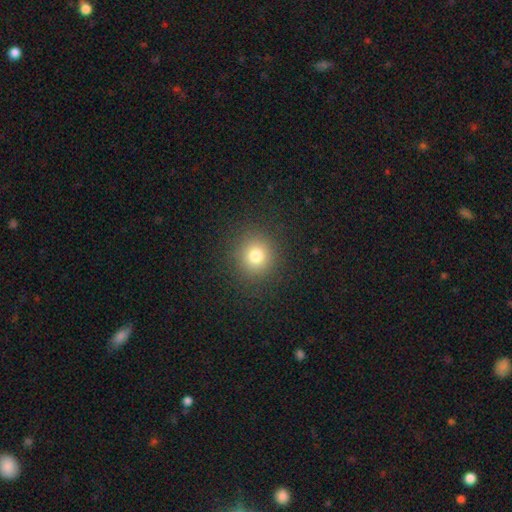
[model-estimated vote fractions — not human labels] Smooth or featured? Predicted: smooth (p=0.77). How rounded? Predicted: round (p=0.92). Merging? Predicted: none (p=0.89).